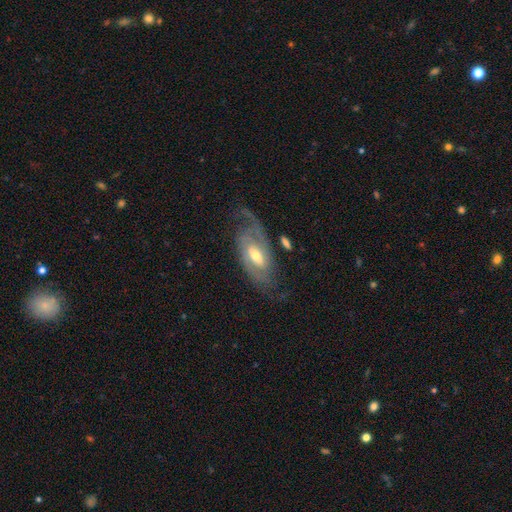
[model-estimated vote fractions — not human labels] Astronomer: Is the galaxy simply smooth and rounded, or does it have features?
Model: featured or disk — 83%.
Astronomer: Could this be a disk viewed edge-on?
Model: no — 94%.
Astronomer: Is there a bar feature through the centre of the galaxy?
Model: weak — 49% (runner-up: no, 31%).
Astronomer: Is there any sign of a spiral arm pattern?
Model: yes — 93%.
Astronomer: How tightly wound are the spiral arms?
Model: medium — 43% (runner-up: tight, 30%).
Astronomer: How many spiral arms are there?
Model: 2 — 76%.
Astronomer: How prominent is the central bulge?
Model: moderate — 63%.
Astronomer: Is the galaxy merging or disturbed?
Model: none — 63%.